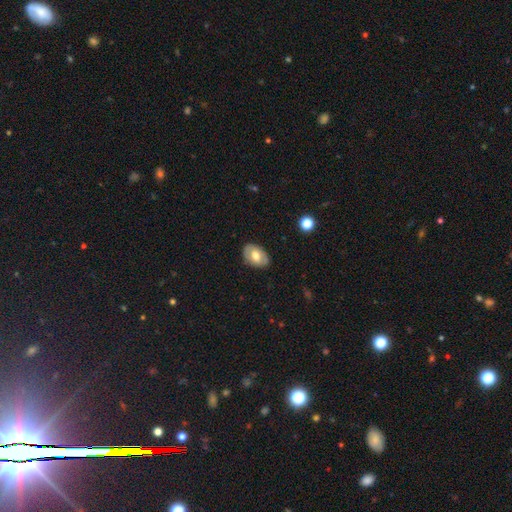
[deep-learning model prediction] This is possibly a smooth galaxy (57%). How rounded: clearly in between (85%). Merging: clearly none (82%).